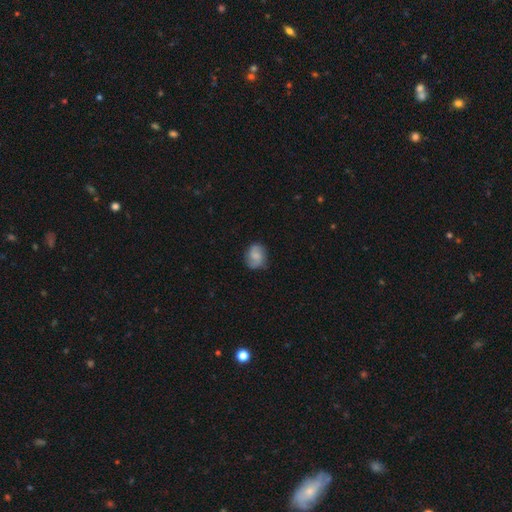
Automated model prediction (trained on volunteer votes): smooth 48%, featured or disk 44%, star or artifact 8%. Down the decision tree: merging — none (78%).